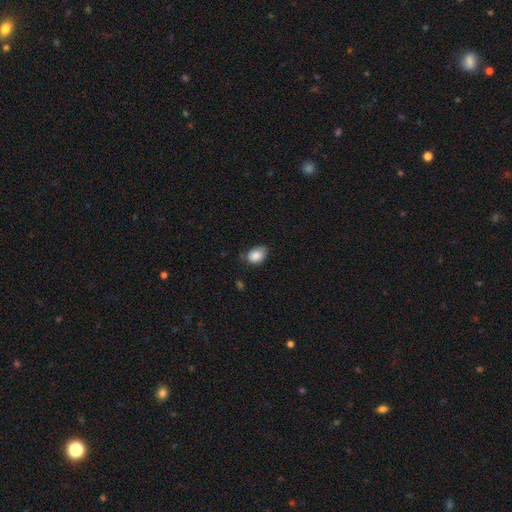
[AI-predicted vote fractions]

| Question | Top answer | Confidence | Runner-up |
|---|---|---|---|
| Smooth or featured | smooth | 87% | star or artifact (8%) |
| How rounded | in between | 78% | round (21%) |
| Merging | none | 58% | minor disturbance (34%) |